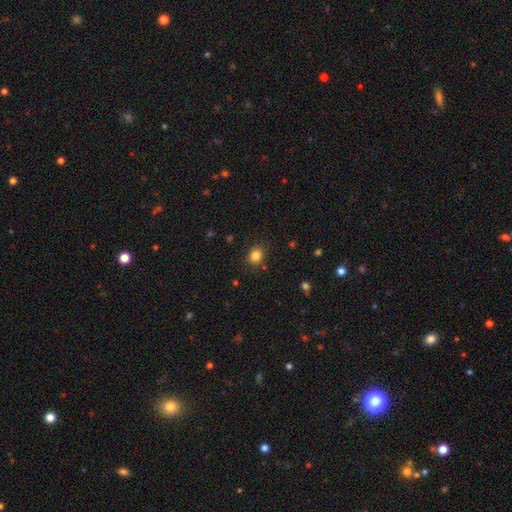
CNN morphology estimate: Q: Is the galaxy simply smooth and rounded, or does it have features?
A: smooth — 84%.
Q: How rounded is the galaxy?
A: round — 61%.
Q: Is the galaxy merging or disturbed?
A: none — 87%.